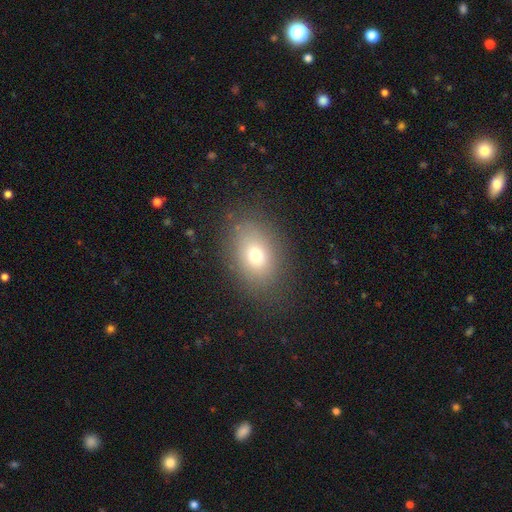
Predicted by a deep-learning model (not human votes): The model was most divided on "how rounded": in between: 73%, round: 25%, cigar-shaped: 1%. More confident: merging — none (82%); smooth or featured — smooth (71%).